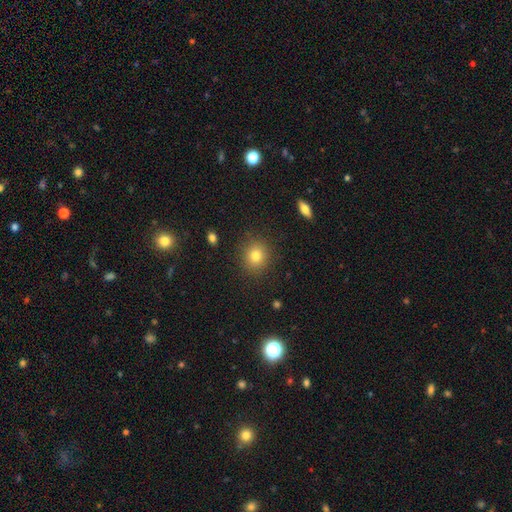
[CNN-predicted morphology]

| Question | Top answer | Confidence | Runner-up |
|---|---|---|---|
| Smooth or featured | smooth | 80% | star or artifact (12%) |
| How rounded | round | 82% | in between (17%) |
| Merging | none | 88% | minor disturbance (8%) |